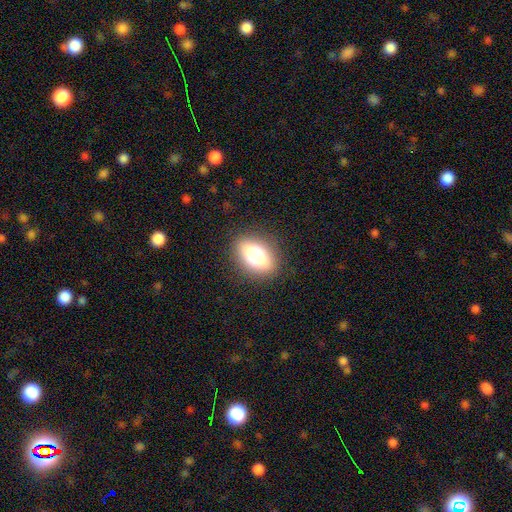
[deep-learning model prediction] A smooth galaxy with no disk features (75%) that is in between round and cigar-shaped (79%).

Vote fractions:
- Smooth or featured? smooth: 75% / featured or disk: 15% / star or artifact: 10%
- How rounded? in between: 79% / round: 17% / cigar-shaped: 4%
- Merging? none: 86% / minor disturbance: 9% / major disturbance: 3% / merger: 1%